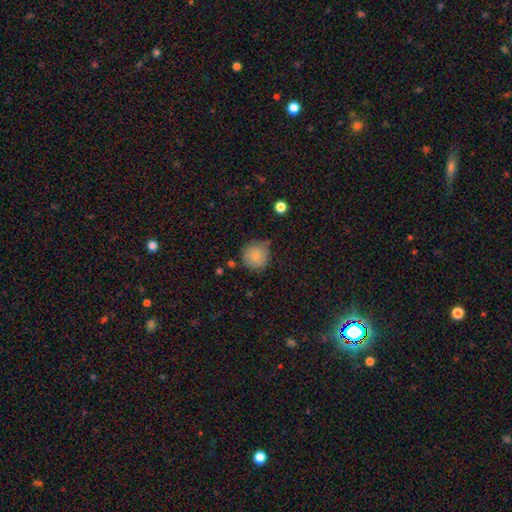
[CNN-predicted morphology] smooth_or_featured: smooth (p=0.82) [alt: star or artifact p=0.09]
how_rounded: round (p=0.92) [alt: in between p=0.07]
merging: none (p=0.69) [alt: minor disturbance p=0.22]